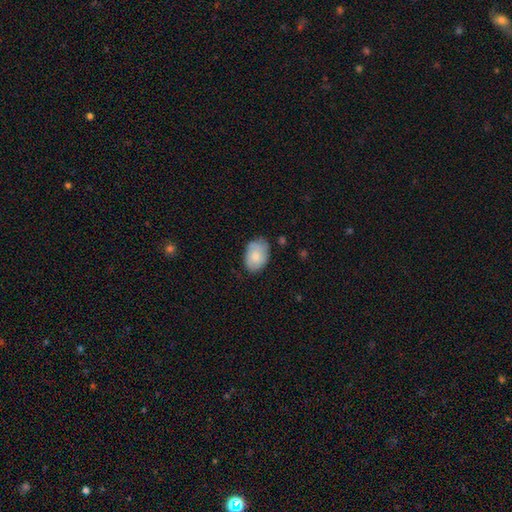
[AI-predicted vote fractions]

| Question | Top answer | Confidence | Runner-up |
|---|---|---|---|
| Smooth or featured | smooth | 73% | featured or disk (20%) |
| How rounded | in between | 82% | round (17%) |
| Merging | none | 66% | minor disturbance (27%) |